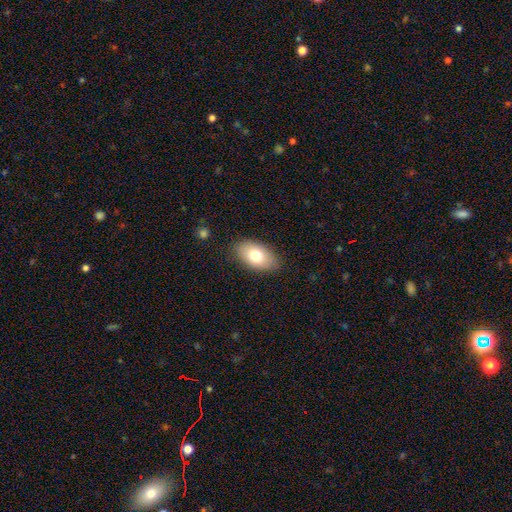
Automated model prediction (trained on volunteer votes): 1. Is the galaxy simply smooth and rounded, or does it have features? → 75% smooth, 18% featured or disk, 7% star or artifact.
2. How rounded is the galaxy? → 93% in between, 5% round, 2% cigar-shaped.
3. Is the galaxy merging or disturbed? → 85% none, 11% minor disturbance, 3% major disturbance, 1% merger.